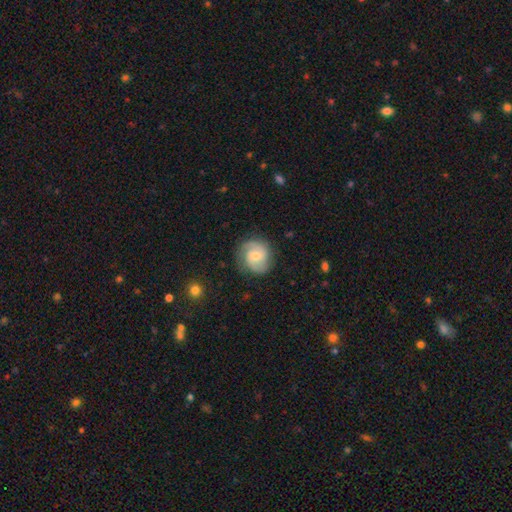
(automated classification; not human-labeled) A featured or disk galaxy (70%) with no bar (56%), 2 (82%) medium (45%) spiral arms (93%) and a moderate central bulge (49%).

Vote fractions:
- Smooth or featured? featured or disk: 70% / smooth: 23% / star or artifact: 6%
- Edge-on disk? no: 98% / yes: 2%
- Bar? no: 56% / weak: 38% / strong: 6%
- Spiral arms? yes: 93% / no: 7%
- Spiral winding? medium: 45% / tight: 38% / loose: 17%
- Spiral arm count? 2: 82% / can't tell: 8% / 3: 4% / 1: 3% / 4: 1% / more than 4: 1%
- Bulge size? moderate: 49% / small: 45% / large: 3% / none: 2% / dominant: 1%
- Merging? none: 80% / minor disturbance: 14% / major disturbance: 5% / merger: 1%